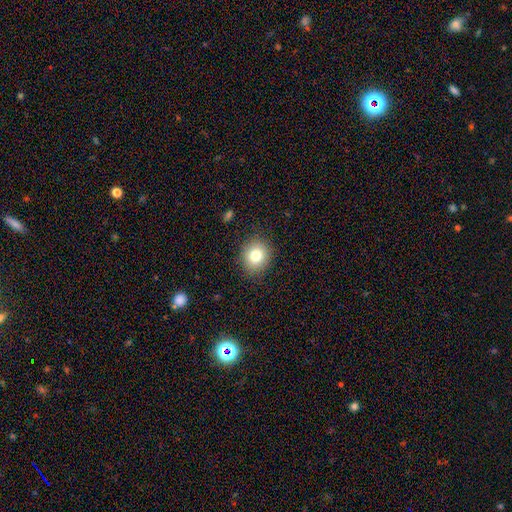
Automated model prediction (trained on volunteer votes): smooth-or-featured: smooth: 80% | star or artifact: 11% | featured or disk: 9%
  how-rounded: round: 77% | in between: 23% | cigar-shaped: 1%
  merging: none: 88% | minor disturbance: 9% | major disturbance: 3% | merger: 1%